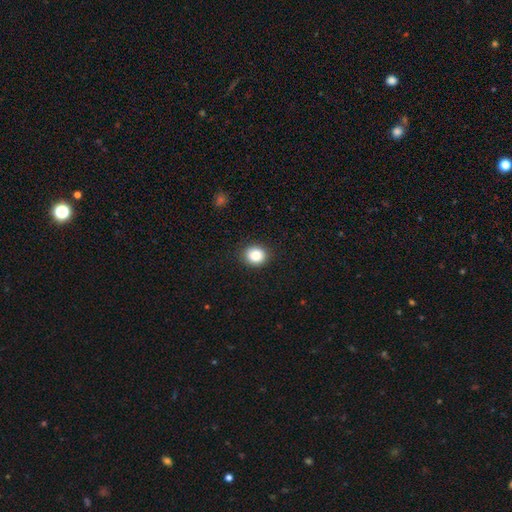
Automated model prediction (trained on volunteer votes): This is clearly a smooth galaxy (86%). How rounded: likely round (76%). Merging: clearly none (90%).